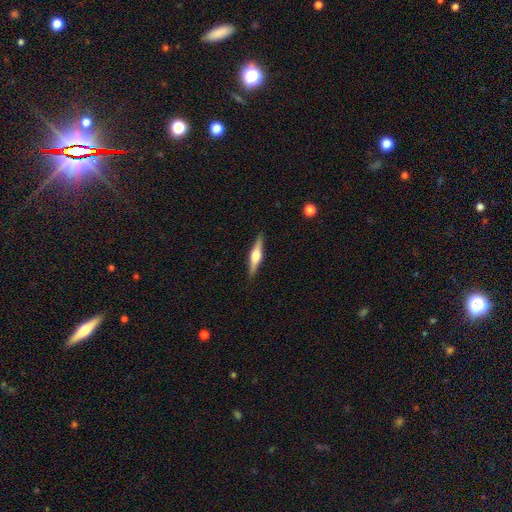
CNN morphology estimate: type=featured or disk (68%); edge-on=yes (97%); edge-on bulge=rounded (92%); merging=none (90%).